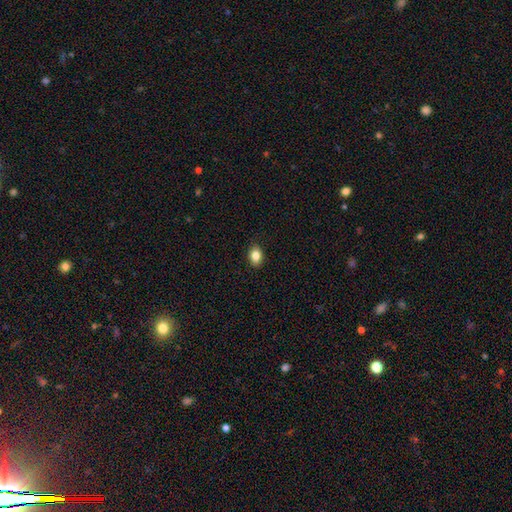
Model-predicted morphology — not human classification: This appears to be a smooth galaxy with no disk features (85%) that is in between round and cigar-shaped (74%). Merging: none (90%).